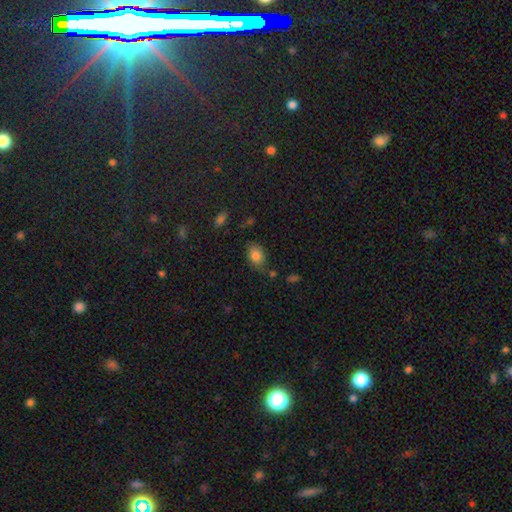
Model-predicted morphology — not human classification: This is clearly a smooth galaxy (83%). How rounded: likely in between (77%). Merging: likely none (68%).